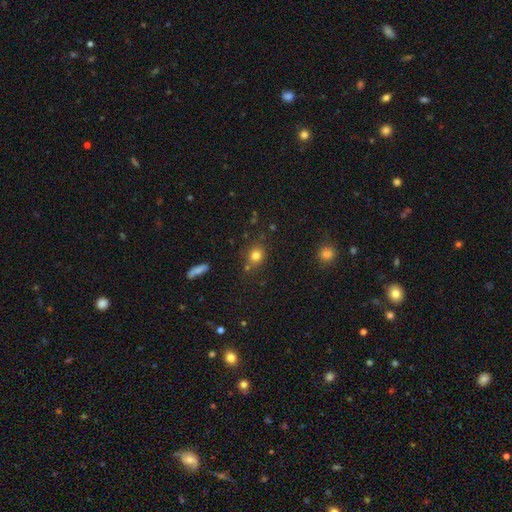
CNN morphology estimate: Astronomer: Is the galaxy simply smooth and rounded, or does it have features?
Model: smooth — 79%.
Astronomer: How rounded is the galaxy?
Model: round — 74%.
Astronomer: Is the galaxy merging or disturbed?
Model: none — 76%.